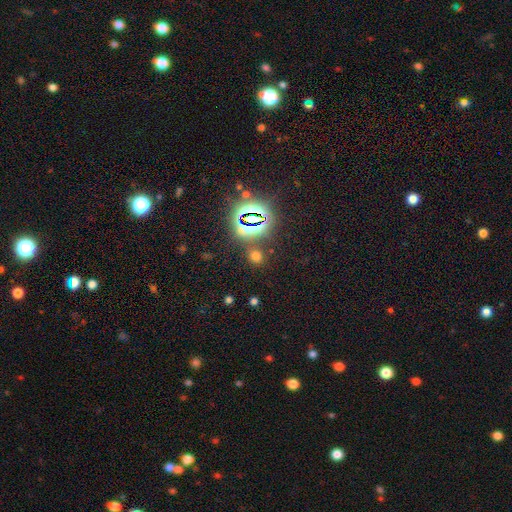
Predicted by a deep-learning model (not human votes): A smooth galaxy with no disk features (54%) that is round (69%).

Vote fractions:
- Smooth or featured? smooth: 54% / star or artifact: 40% / featured or disk: 6%
- How rounded? round: 69% / in between: 29% / cigar-shaped: 2%
- Merging? none: 80% / minor disturbance: 9% / merger: 7% / major disturbance: 4%